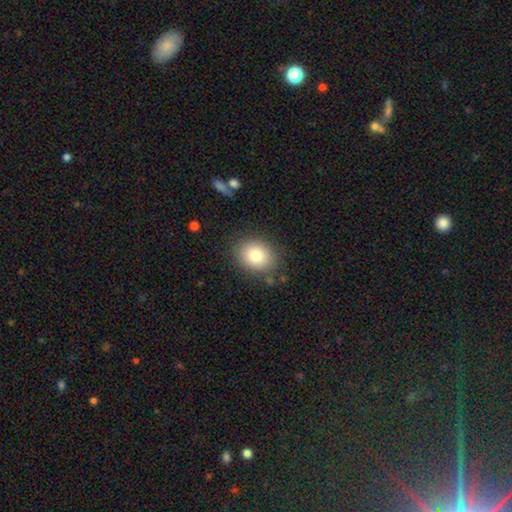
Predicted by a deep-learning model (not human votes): Overall: smooth (81%). How rounded: round (53%; in between 46%). Merging: none (84%).